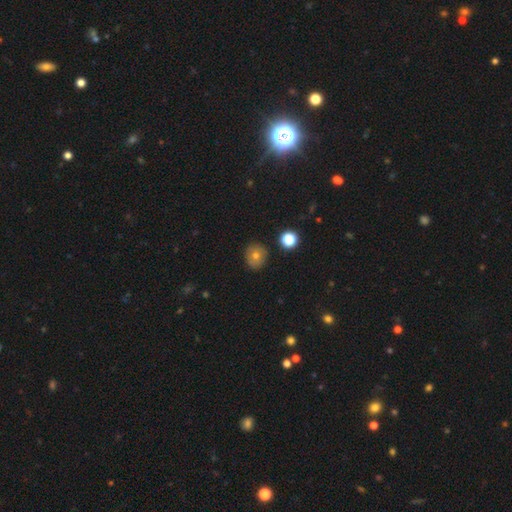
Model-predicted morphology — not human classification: Smooth or featured?
  - smooth: 68% *
  - featured or disk: 18%
  - star or artifact: 14%
How rounded?
  - round: 83% *
  - in between: 16%
  - cigar-shaped: 1%
Merging?
  - none: 87% *
  - minor disturbance: 9%
  - major disturbance: 2%
  - merger: 2%